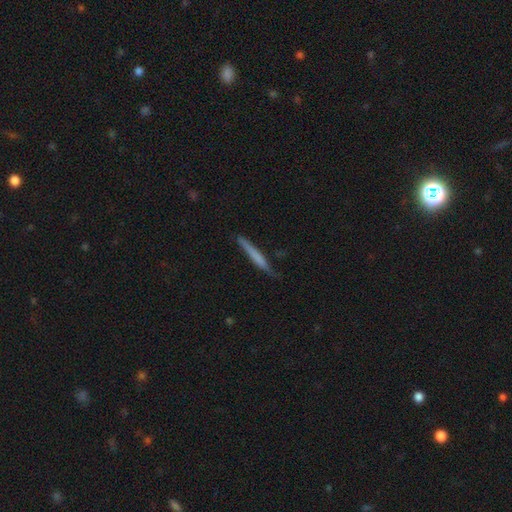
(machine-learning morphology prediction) Smooth or featured?
  - smooth: 57% *
  - featured or disk: 37%
  - star or artifact: 6%
How rounded?
  - cigar-shaped: 96% *
  - in between: 3%
  - round: 1%
Merging?
  - none: 75% *
  - minor disturbance: 19%
  - major disturbance: 4%
  - merger: 2%